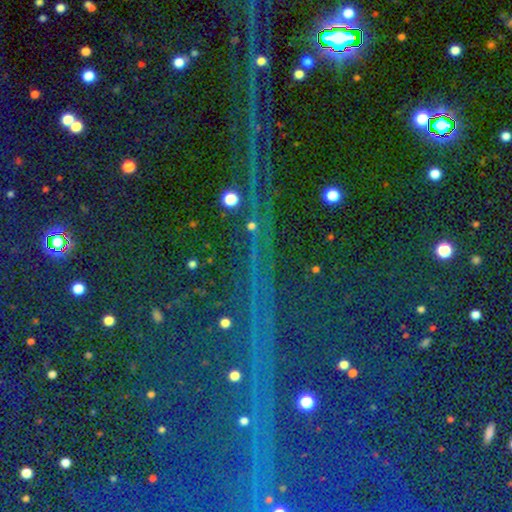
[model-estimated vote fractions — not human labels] This is clearly a star or artifact rather than a galaxy (85%).